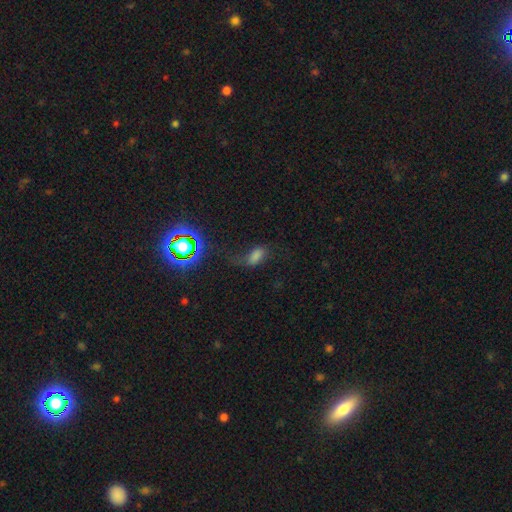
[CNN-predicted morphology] This appears to be a smooth galaxy with no disk features (59%) that is in between round and cigar-shaped (85%). Merging: none (43%).